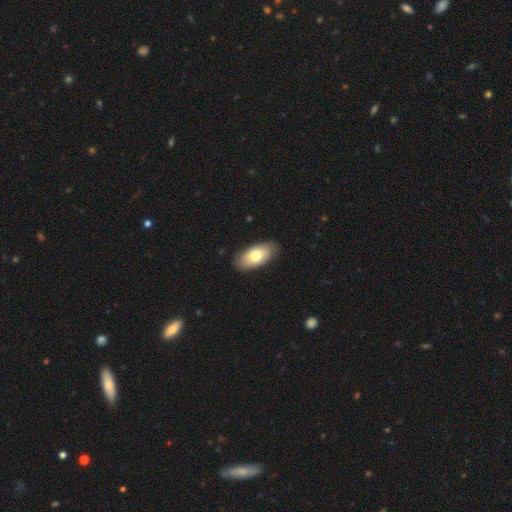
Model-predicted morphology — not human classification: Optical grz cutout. It shows a smooth galaxy with no disk features (74%) that is in between round and cigar-shaped (94%). Merging: none (86%).